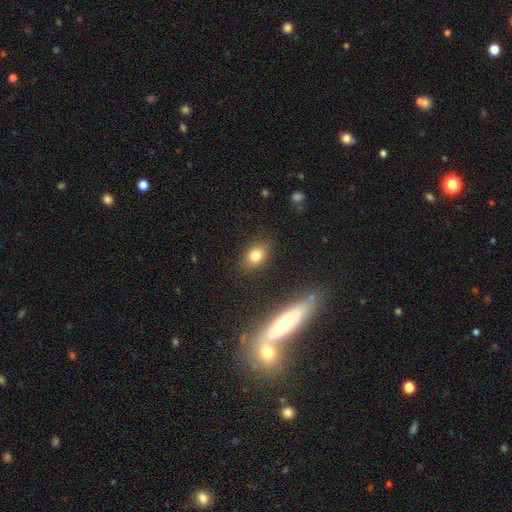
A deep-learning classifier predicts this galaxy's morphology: A smooth galaxy with no disk features (79%) that is in between round and cigar-shaped (77%). Merging: none (84%).